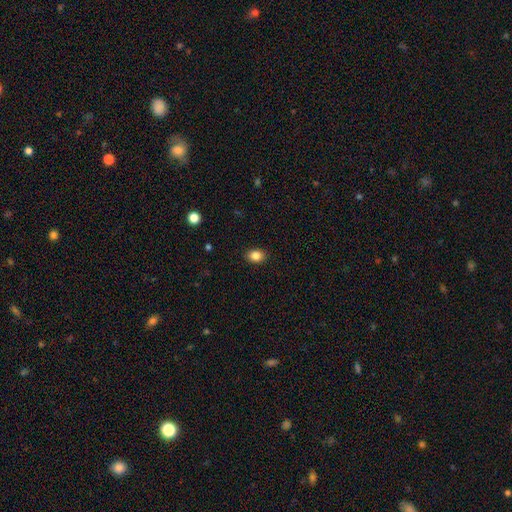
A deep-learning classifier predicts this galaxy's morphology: Smooth or featured? smooth (85%)
How rounded? in between (65%)
Merging? none (89%)